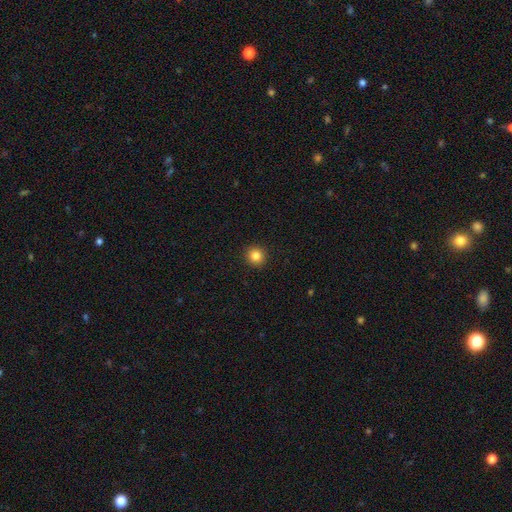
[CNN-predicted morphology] A smooth galaxy with no disk features (84%) that is round (94%).

Vote fractions:
- Smooth or featured? smooth: 84% / star or artifact: 11% / featured or disk: 5%
- How rounded? round: 94% / in between: 5% / cigar-shaped: 1%
- Merging? none: 93% / minor disturbance: 5% / major disturbance: 2% / merger: 1%